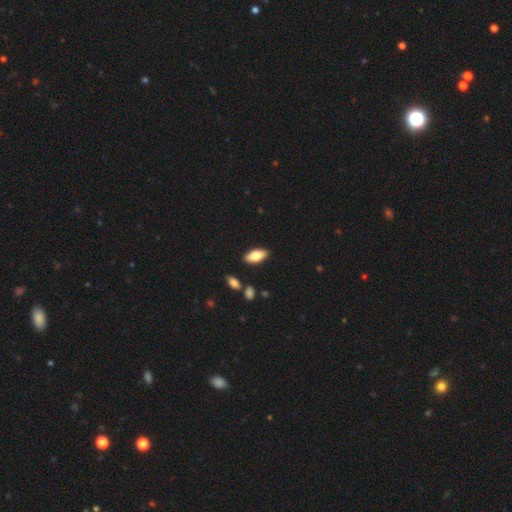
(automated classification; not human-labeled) smooth-or-featured: smooth: 76% | featured or disk: 18% | star or artifact: 6%
  how-rounded: in between: 87% | cigar-shaped: 10% | round: 2%
  merging: none: 86% | minor disturbance: 9% | merger: 2% | major disturbance: 2%